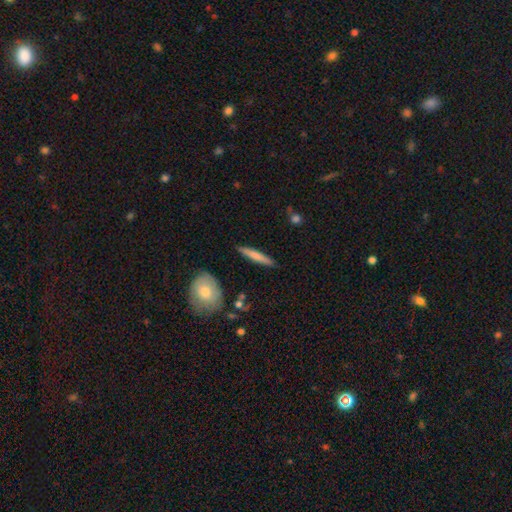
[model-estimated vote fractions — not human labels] The model was most divided on "smooth or featured": smooth: 65%, featured or disk: 30%, star or artifact: 5%. More confident: how rounded — cigar-shaped (92%); merging — none (88%).